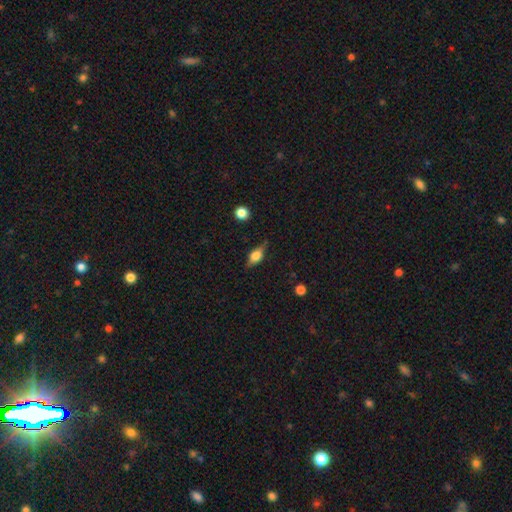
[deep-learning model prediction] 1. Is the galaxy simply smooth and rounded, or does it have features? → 48% smooth, 43% featured or disk, 8% star or artifact.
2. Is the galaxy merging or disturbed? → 76% none, 18% minor disturbance, 4% major disturbance, 2% merger.